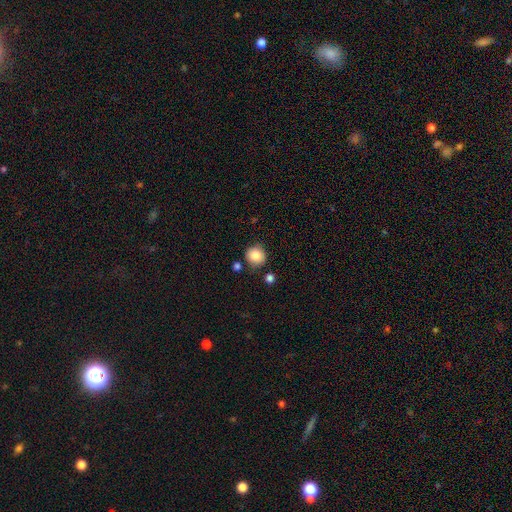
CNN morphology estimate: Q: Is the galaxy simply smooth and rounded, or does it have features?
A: smooth — 85%.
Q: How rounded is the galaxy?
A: round — 88%.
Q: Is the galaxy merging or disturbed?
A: none — 79%.